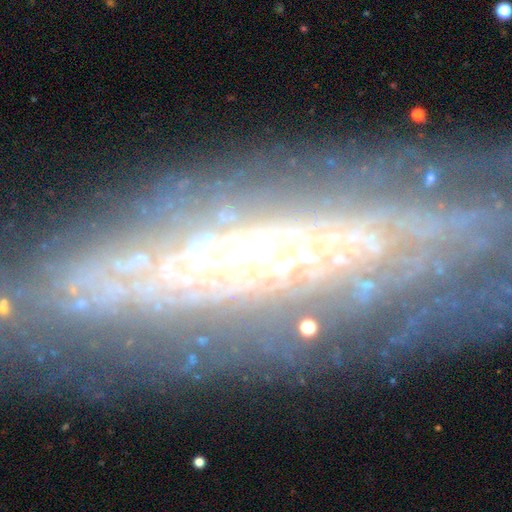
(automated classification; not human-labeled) This is likely a featured or disk galaxy (79%). It is likely not viewed edge-on (65%). Bar: likely no (69%). Spiral arm pattern: likely yes (71%). Central bulge: possibly small (53%). Merging: likely none (66%).